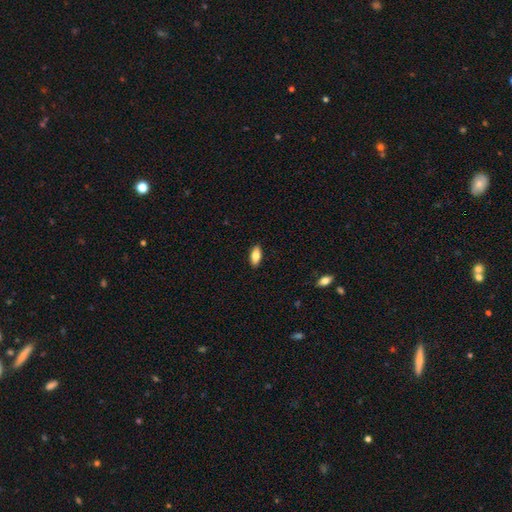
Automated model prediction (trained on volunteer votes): The model was most divided on "smooth or featured": smooth: 81%, featured or disk: 12%, star or artifact: 7%. More confident: merging — none (90%); how rounded — in between (85%).